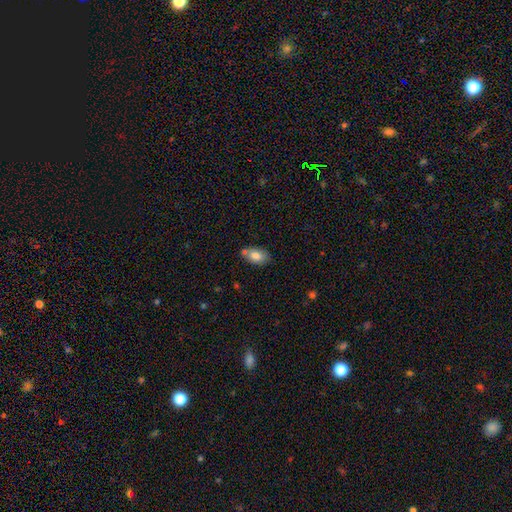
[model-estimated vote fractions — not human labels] Q: Smooth or featured?
A: smooth (80%); runner-up: featured or disk (13%)
Q: How rounded?
A: in between (90%); runner-up: round (8%)
Q: Merging?
A: none (61%); runner-up: merger (18%)